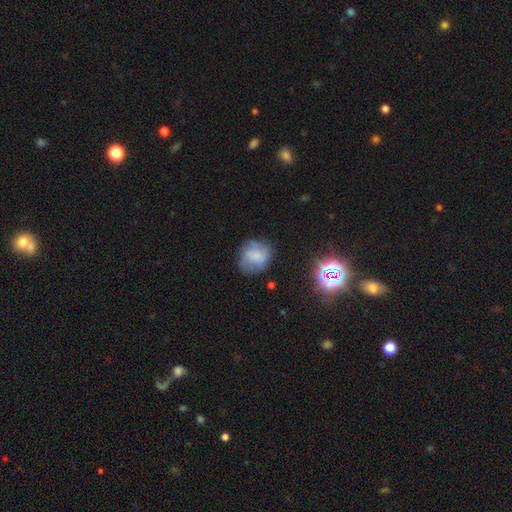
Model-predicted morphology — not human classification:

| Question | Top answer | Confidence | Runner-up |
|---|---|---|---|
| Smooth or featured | smooth | 60% | featured or disk (28%) |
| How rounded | round | 72% | in between (27%) |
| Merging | none | 64% | minor disturbance (23%) |